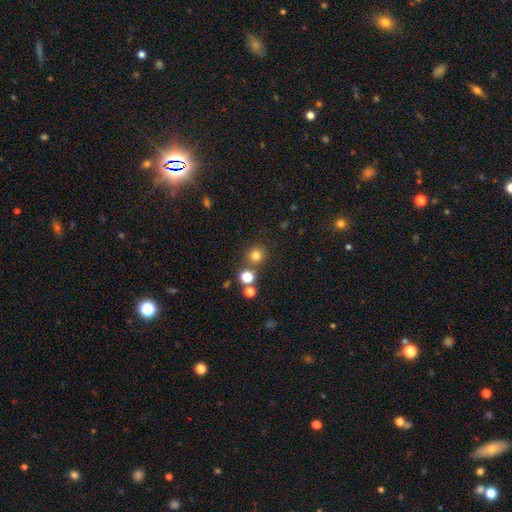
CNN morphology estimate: Q: Smooth or featured?
A: smooth (77%); runner-up: star or artifact (17%)
Q: How rounded?
A: round (91%); runner-up: in between (8%)
Q: Merging?
A: none (76%); runner-up: merger (13%)